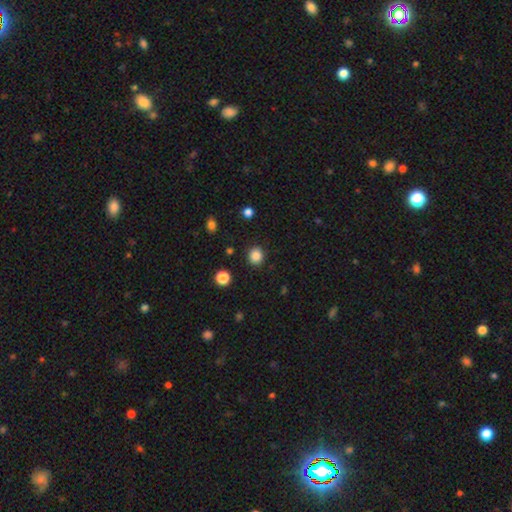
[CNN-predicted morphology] smooth_or_featured: smooth (p=0.86) [alt: star or artifact p=0.11]
how_rounded: round (p=0.84) [alt: in between p=0.15]
merging: none (p=0.89) [alt: minor disturbance p=0.07]